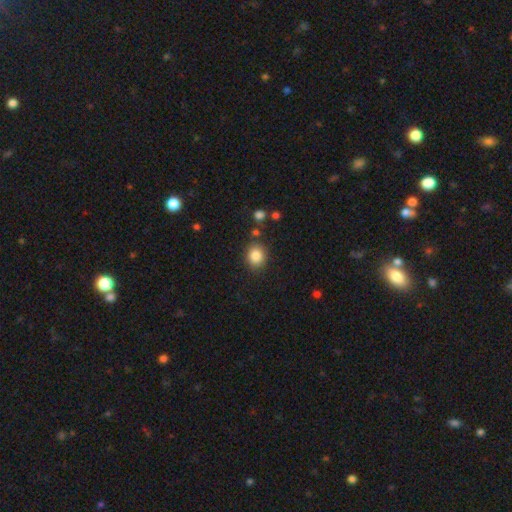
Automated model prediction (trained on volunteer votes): A smooth galaxy with no disk features (85%) that is round (70%). Merging: none (84%).